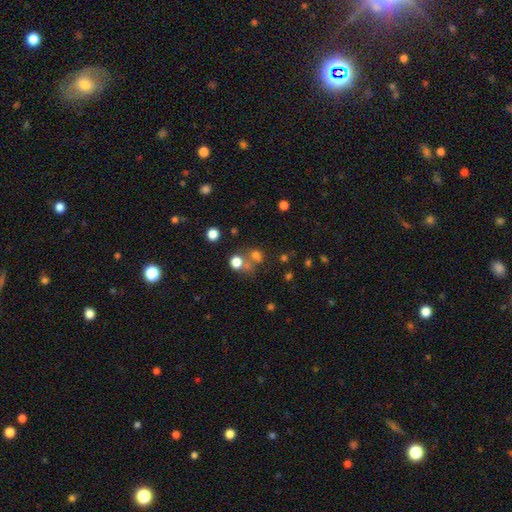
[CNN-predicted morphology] Overall: star or artifact (49%; smooth 38%).